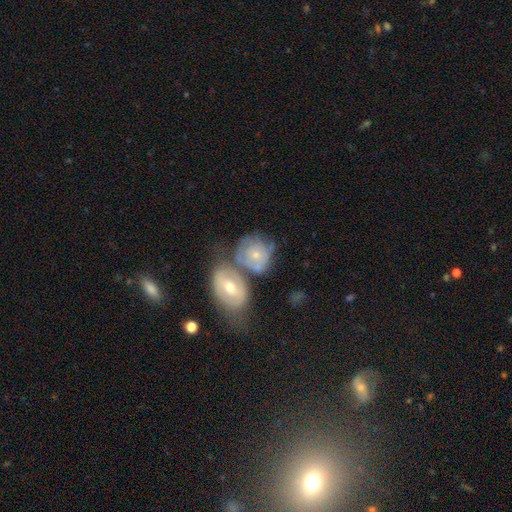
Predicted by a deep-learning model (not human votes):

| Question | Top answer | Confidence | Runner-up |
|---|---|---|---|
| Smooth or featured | featured or disk | 50% | smooth (44%) |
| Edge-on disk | no | 95% | yes (5%) |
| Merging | merger | 45% | none (29%) |